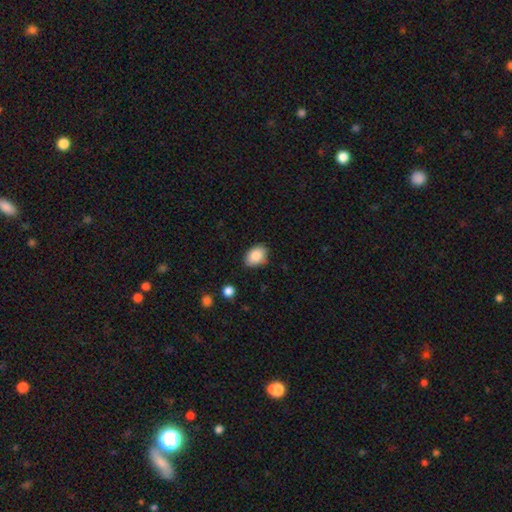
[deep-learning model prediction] This is clearly a smooth galaxy (86%). How rounded: likely in between (79%). Merging: clearly none (81%).